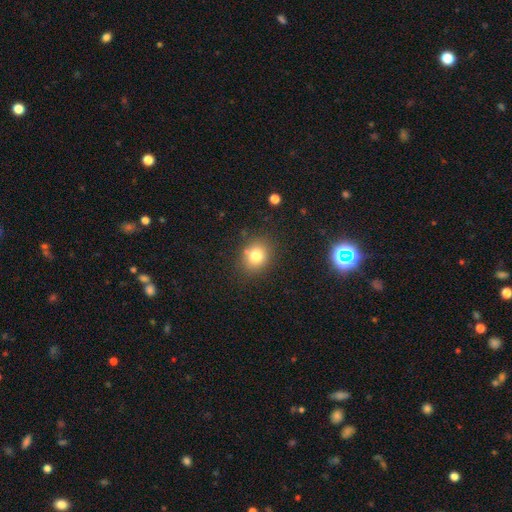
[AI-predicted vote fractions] This appears to be a smooth galaxy with no disk features (79%) that is round (66%). Merging: none (81%).